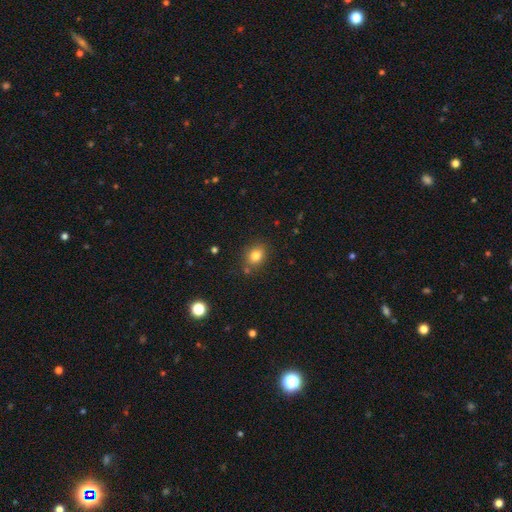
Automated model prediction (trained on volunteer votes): This appears to be a smooth galaxy with no disk features (79%) that is round (52%). Merging: none (79%).